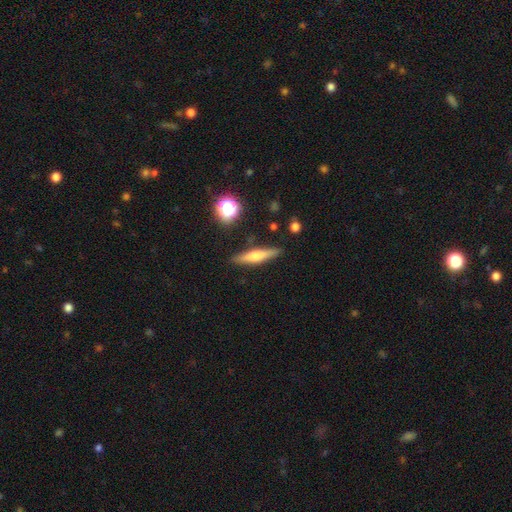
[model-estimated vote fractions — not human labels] Q: Smooth or featured?
A: smooth (47%); runner-up: featured or disk (45%)
Q: Merging?
A: none (87%); runner-up: minor disturbance (9%)